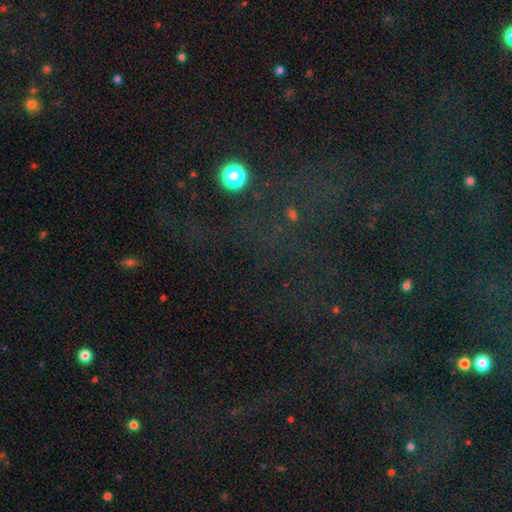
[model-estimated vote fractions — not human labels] This appears to be a star or artifact, not a galaxy (73%).